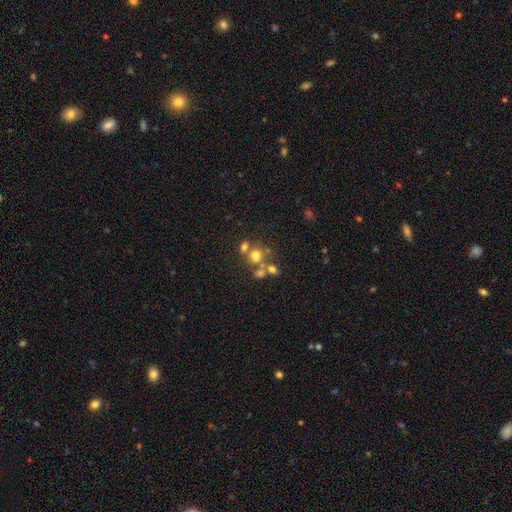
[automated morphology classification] A smooth galaxy with no disk features (62%) that is round (81%). Merging: none (46%).